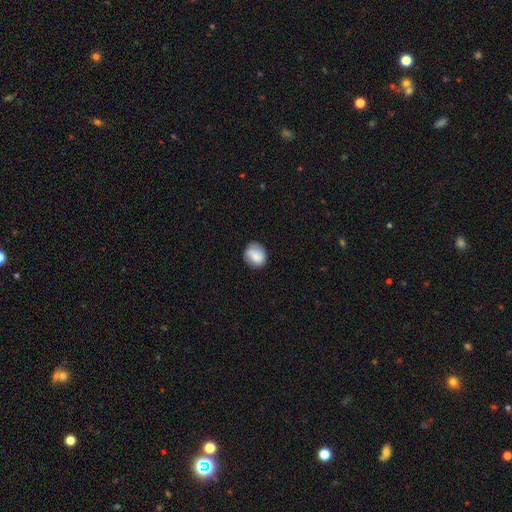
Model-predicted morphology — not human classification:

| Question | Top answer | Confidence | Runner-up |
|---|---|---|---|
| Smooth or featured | smooth | 79% | featured or disk (14%) |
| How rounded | round | 66% | in between (33%) |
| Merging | none | 75% | minor disturbance (19%) |